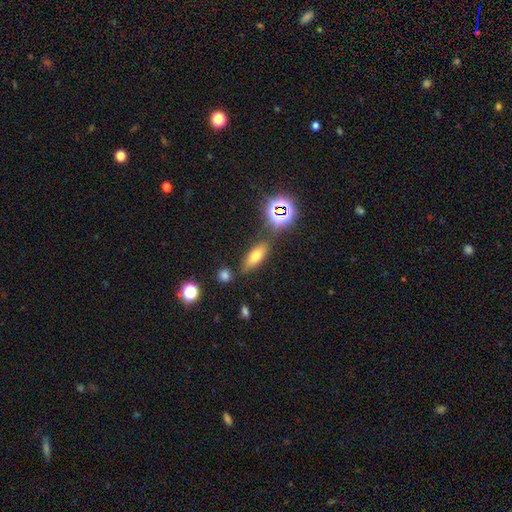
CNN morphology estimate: smooth-or-featured: smooth: 64% | featured or disk: 18% | star or artifact: 17%
  how-rounded: in between: 66% | cigar-shaped: 28% | round: 6%
  merging: none: 76% | minor disturbance: 13% | merger: 7% | major disturbance: 4%